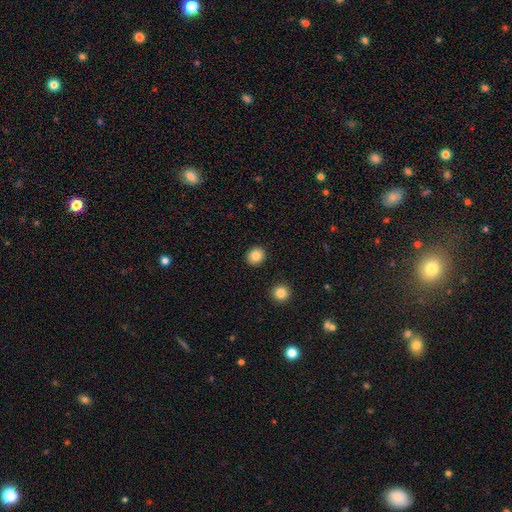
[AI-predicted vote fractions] Smooth or featured?
  - smooth: 85% *
  - star or artifact: 10%
  - featured or disk: 5%
How rounded?
  - round: 80% *
  - in between: 19%
  - cigar-shaped: 1%
Merging?
  - none: 91% *
  - minor disturbance: 5%
  - major disturbance: 2%
  - merger: 2%